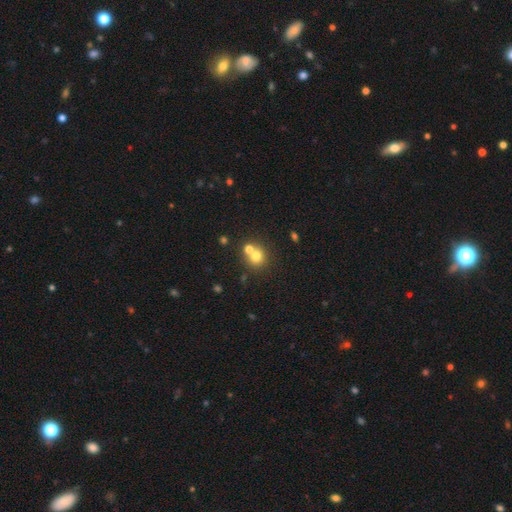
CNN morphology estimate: Smooth or featured? Predicted: smooth (p=0.73). How rounded? Predicted: round (p=0.86). Merging? Predicted: none (p=0.51).